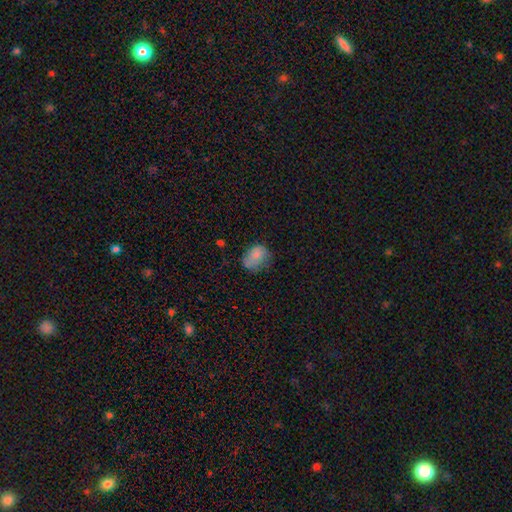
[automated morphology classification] A smooth galaxy with no disk features (78%) that is in between round and cigar-shaped (62%). Merging: none (49%).